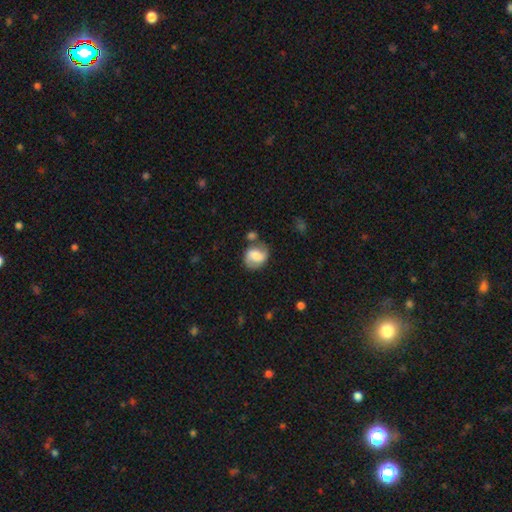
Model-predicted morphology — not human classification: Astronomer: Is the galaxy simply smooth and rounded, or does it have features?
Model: smooth — 51% (runner-up: featured or disk, 41%).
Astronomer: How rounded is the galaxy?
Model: round — 59% (runner-up: in between, 39%).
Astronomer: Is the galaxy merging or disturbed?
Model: none — 62%.